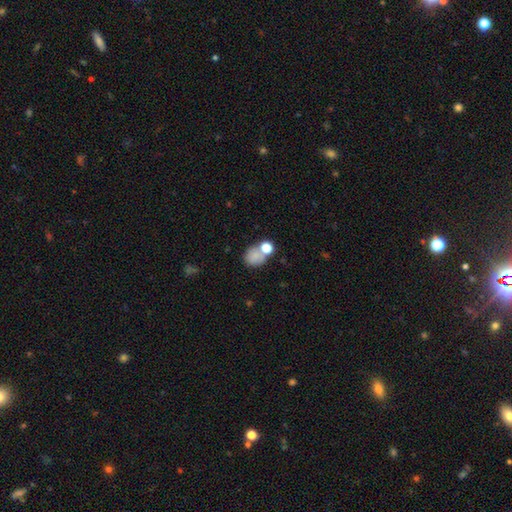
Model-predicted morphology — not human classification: This appears to be a smooth galaxy with no disk features (77%) that is round (57%). Merging: none (49%).